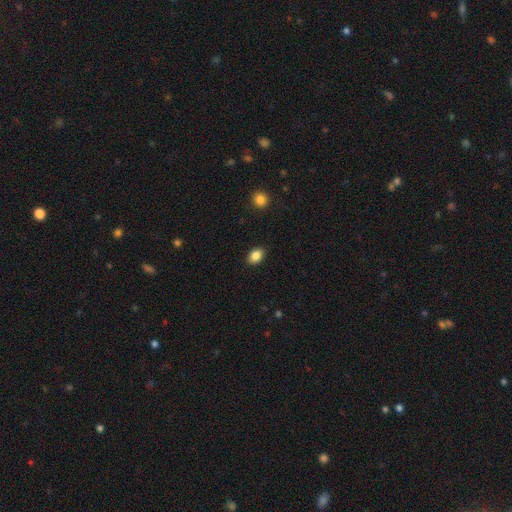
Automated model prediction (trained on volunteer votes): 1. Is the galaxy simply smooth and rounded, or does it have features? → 86% smooth, 9% star or artifact, 5% featured or disk.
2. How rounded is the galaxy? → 80% in between, 19% round, 1% cigar-shaped.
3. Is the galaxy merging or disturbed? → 90% none, 7% minor disturbance, 2% major disturbance, 1% merger.